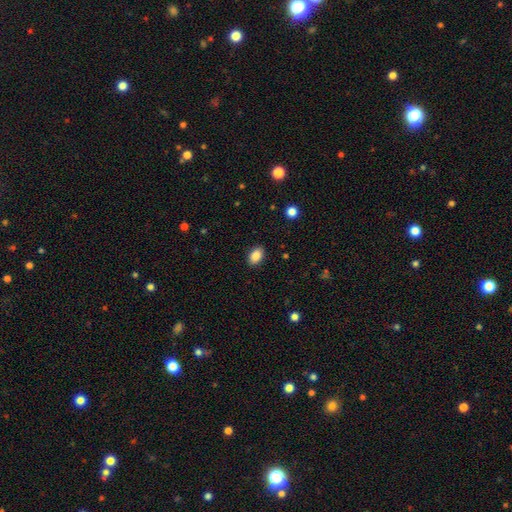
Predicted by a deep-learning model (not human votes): Smooth or featured: smooth — 87% (star or artifact — 8%)
How rounded: in between — 87% (round — 11%)
Merging: none — 89% (minor disturbance — 8%)